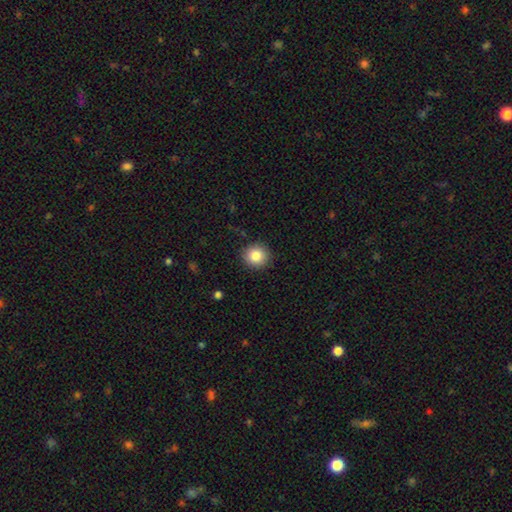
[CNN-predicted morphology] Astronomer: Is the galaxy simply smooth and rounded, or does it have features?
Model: smooth — 84%.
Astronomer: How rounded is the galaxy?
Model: round — 92%.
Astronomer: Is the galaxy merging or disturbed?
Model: none — 91%.